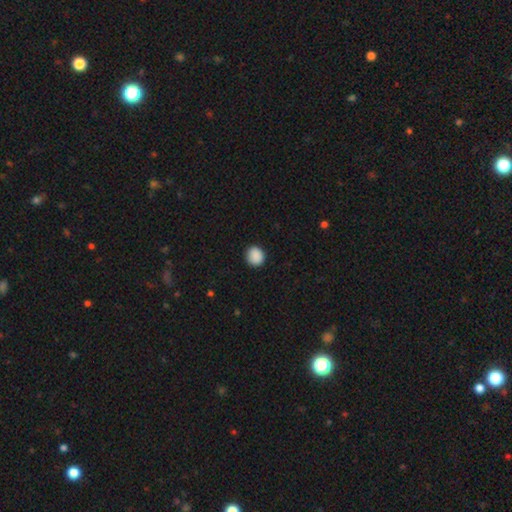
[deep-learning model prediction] Overall: smooth (90%). How rounded: round (85%). Merging: none (90%).